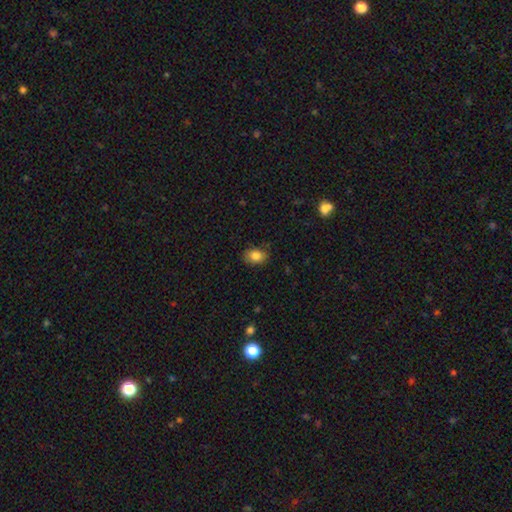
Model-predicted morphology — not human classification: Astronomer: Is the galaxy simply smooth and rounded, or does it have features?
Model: smooth — 84%.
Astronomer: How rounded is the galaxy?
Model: in between — 74%.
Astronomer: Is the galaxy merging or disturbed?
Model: none — 82%.